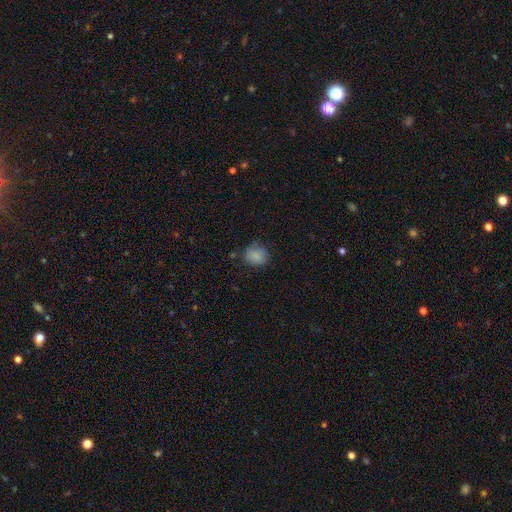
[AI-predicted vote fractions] smooth 83%, star or artifact 10%, featured or disk 7%. Down the decision tree: how rounded — round (78%); merging — none (70%).